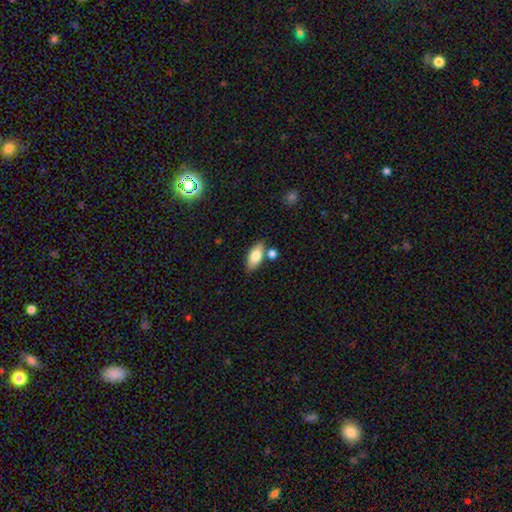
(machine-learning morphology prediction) This appears to be a smooth galaxy with no disk features (77%) that is in between round and cigar-shaped (87%). Merging: none (74%).